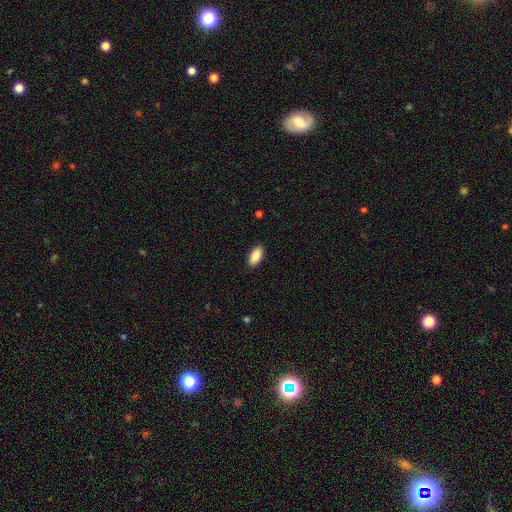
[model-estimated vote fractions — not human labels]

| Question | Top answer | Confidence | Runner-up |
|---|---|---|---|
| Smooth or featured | smooth | 89% | star or artifact (6%) |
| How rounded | in between | 94% | cigar-shaped (4%) |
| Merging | none | 90% | minor disturbance (8%) |